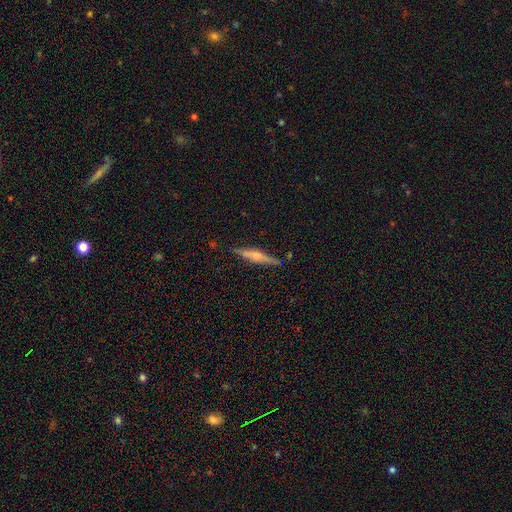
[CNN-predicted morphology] This appears to be a featured or disk galaxy (59%) viewed edge-on (96%) with a rounded central bulge (69%). Merging: none (84%).